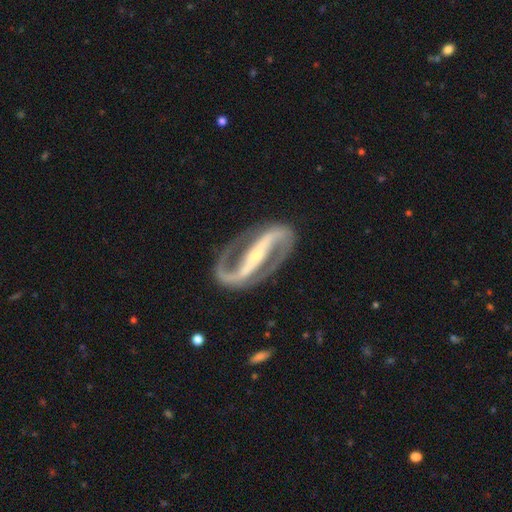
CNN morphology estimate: smooth-or-featured: featured or disk: 93% | star or artifact: 3% | smooth: 3%
  disk-edge-on: no: 95% | yes: 5%
    bar: strong: 82% | weak: 11% | no: 6%
    has-spiral-arms: yes: 97% | no: 3%
      spiral-winding: medium: 54% | tight: 27% | loose: 20%
      spiral-arm-count: 2: 94% | 1: 2% | can't tell: 1% | 3: 1% | 4: 1% | more than 4: 1%
    bulge-size: small: 56% | moderate: 31% | none: 5% | large: 5% | dominant: 2%
  merging: none: 86% | minor disturbance: 9% | major disturbance: 4% | merger: 1%